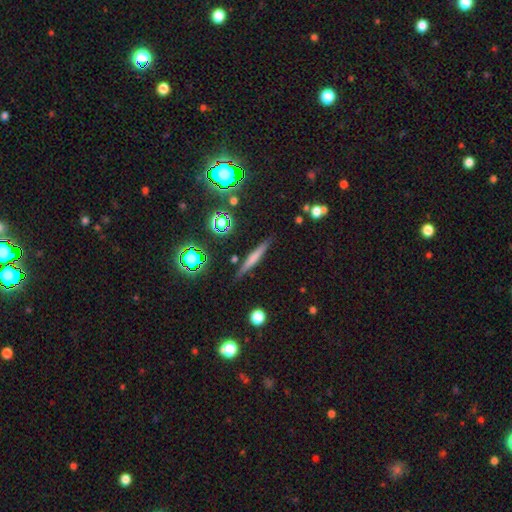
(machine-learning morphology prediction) A smooth galaxy with no disk features (44%). Merging: none (88%).